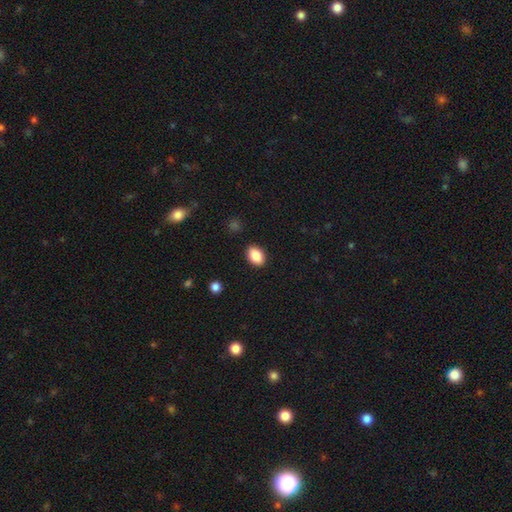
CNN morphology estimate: Smooth or featured: smooth — 87% (star or artifact — 8%)
How rounded: in between — 85% (round — 14%)
Merging: none — 89% (minor disturbance — 8%)